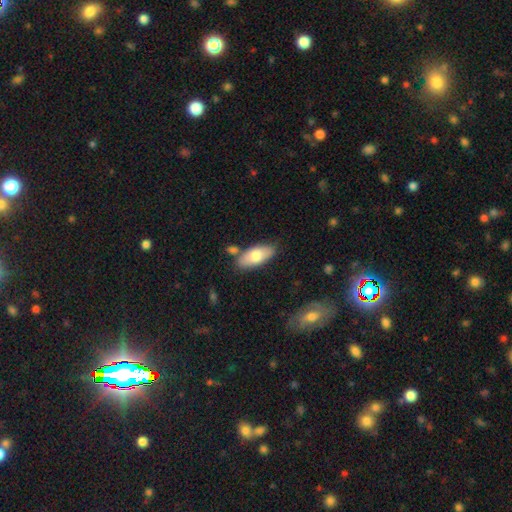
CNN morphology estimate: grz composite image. It shows a smooth galaxy with no disk features (74%) that is in between round and cigar-shaped (85%). Merging: none (76%).